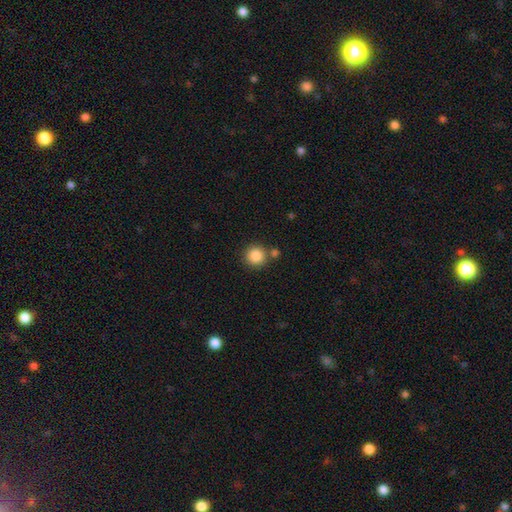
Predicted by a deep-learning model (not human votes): smooth 86%, star or artifact 9%, featured or disk 4%. Down the decision tree: how rounded — round (94%); merging — none (77%).